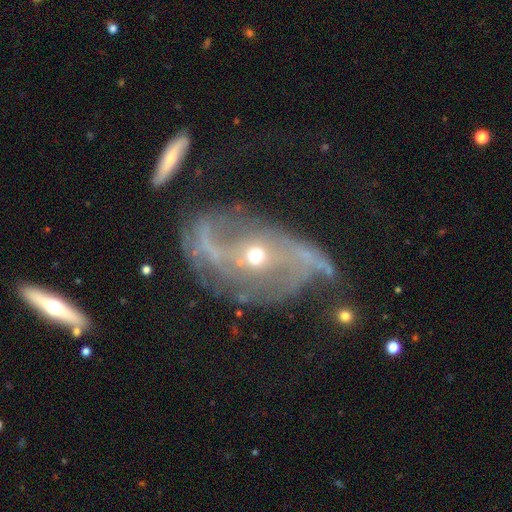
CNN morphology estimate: This appears to be a featured or disk galaxy (77%) with no bar (57%), 2 (71%) loose (55%) spiral arms (74%) and a small central bulge (60%). Merging: none (40%).